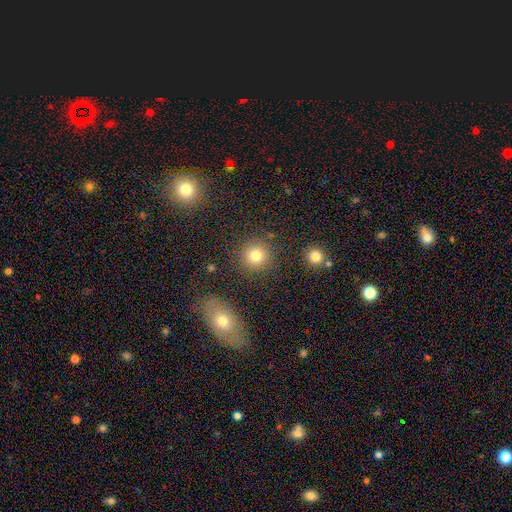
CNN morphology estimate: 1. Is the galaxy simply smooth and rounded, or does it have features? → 81% smooth, 12% star or artifact, 7% featured or disk.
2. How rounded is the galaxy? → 93% round, 6% in between, 1% cigar-shaped.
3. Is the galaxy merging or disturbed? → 88% none, 6% minor disturbance, 3% merger, 3% major disturbance.